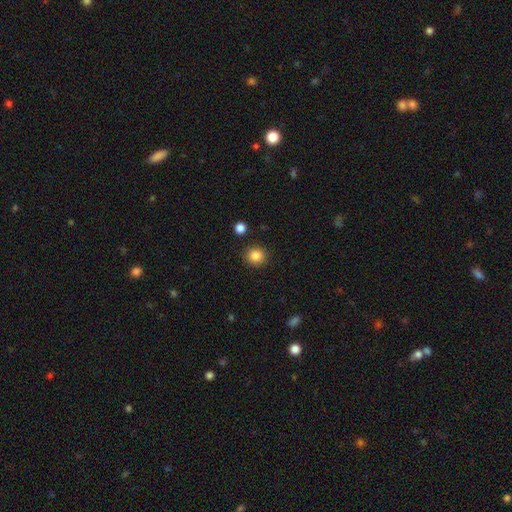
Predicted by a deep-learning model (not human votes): Morphology: type=smooth (86%); roundness=round (86%); merging=none (89%).